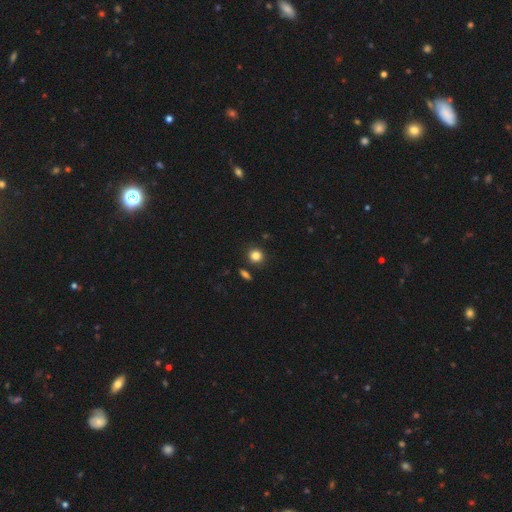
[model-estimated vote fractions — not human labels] Morphology: type=smooth (83%); roundness=round (88%); merging=none (86%).